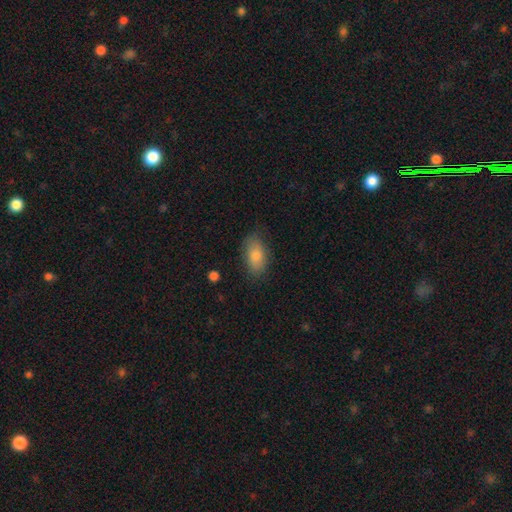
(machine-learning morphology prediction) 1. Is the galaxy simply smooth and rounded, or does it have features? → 79% smooth, 13% featured or disk, 8% star or artifact.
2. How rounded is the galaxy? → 90% in between, 6% round, 4% cigar-shaped.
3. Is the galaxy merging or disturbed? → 80% none, 15% minor disturbance, 3% major disturbance, 1% merger.